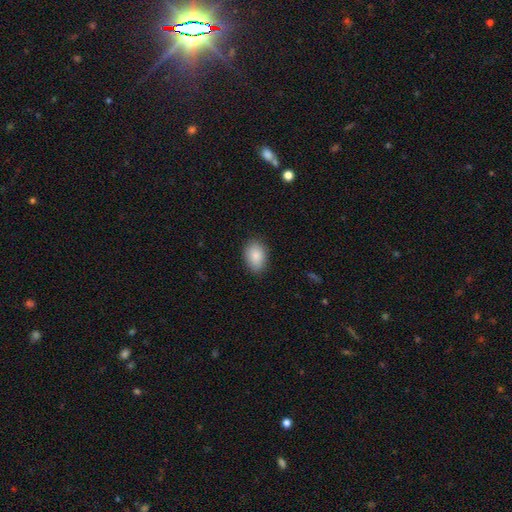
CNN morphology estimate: A smooth galaxy with no disk features (87%) that is in between round and cigar-shaped (87%). Merging: none (86%).